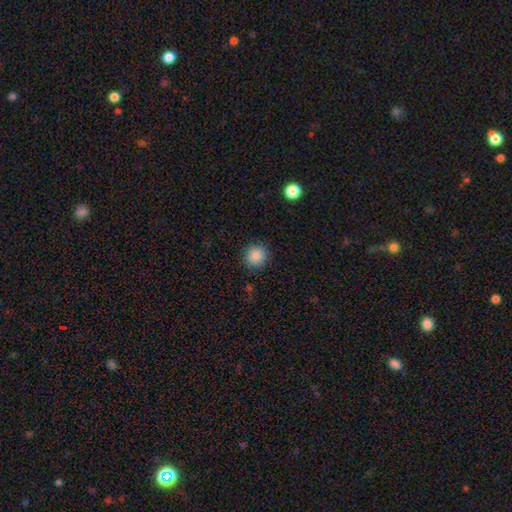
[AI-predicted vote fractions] smooth_or_featured: smooth (p=0.87) [alt: star or artifact p=0.10]
how_rounded: round (p=0.94) [alt: in between p=0.06]
merging: none (p=0.90) [alt: minor disturbance p=0.07]